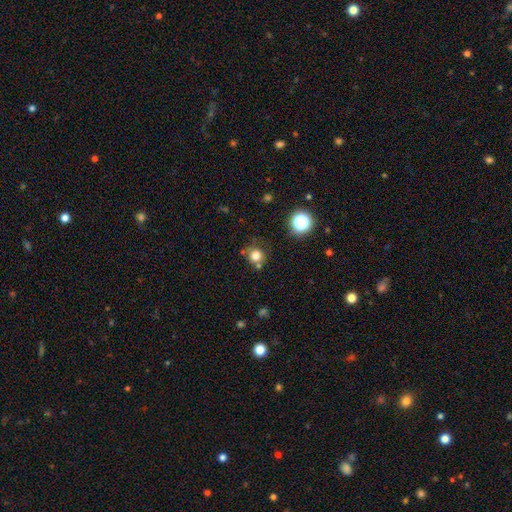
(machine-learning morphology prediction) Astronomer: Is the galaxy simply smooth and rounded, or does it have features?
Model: smooth — 78%.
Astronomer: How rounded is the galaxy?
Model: round — 90%.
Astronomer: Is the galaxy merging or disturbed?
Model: none — 72%.